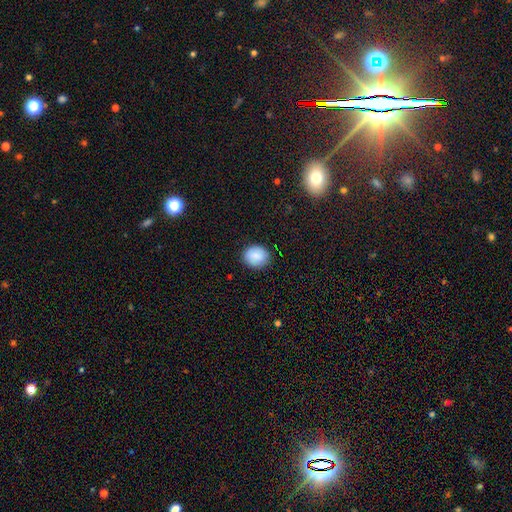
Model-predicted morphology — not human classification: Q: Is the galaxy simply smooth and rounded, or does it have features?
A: smooth — 88%.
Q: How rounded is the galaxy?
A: round — 71%.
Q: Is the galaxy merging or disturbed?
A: none — 88%.